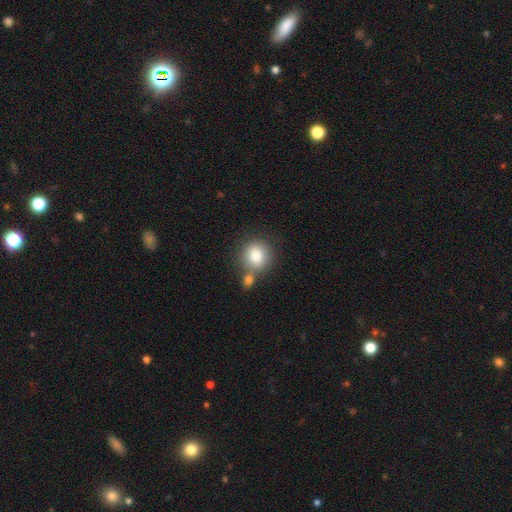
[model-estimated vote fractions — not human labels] This is clearly a smooth galaxy (82%). How rounded: clearly round (86%). Merging: possibly none (56%).